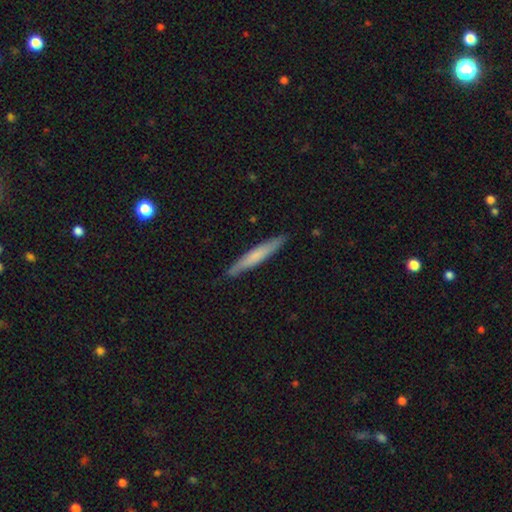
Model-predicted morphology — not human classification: smooth 61%, featured or disk 34%, star or artifact 5%. Down the decision tree: how rounded — cigar-shaped (95%); merging — none (89%).